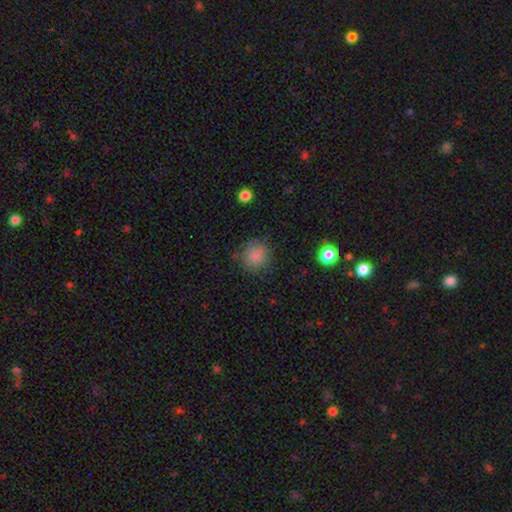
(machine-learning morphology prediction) Smooth or featured? Predicted: smooth (p=0.79). How rounded? Predicted: round (p=0.86). Merging? Predicted: none (p=0.75).